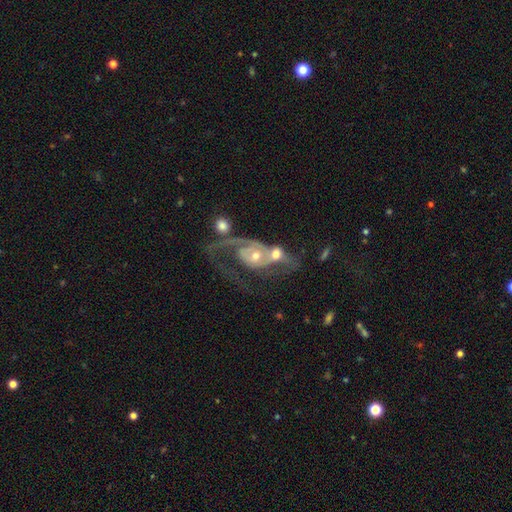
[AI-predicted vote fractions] The model was most divided on "spiral winding" (2-way tie): loose: 37%, medium: 37%, tight: 26%. Remaining: edge-on disk — no (96%); spiral arms — yes (82%); smooth or featured — featured or disk (79%); bar — no (76%); merging — merger (55%); bulge size — moderate (54%); spiral arm count — 1 (45%).